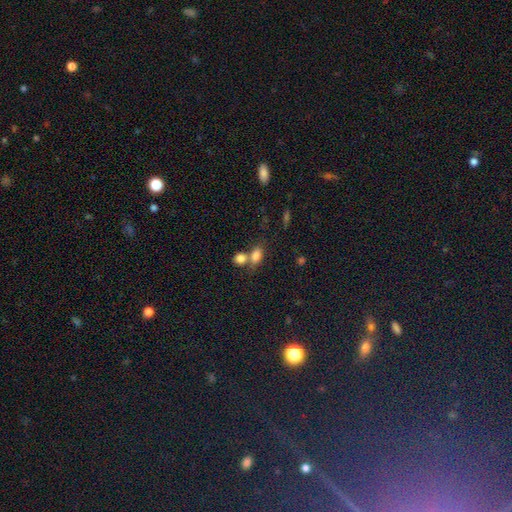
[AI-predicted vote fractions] A smooth galaxy with no disk features (81%) that is in between round and cigar-shaped (76%).

Vote fractions:
- Smooth or featured? smooth: 81% / star or artifact: 10% / featured or disk: 9%
- How rounded? in between: 76% / round: 21% / cigar-shaped: 3%
- Merging? merger: 45% / none: 41% / minor disturbance: 10% / major disturbance: 4%